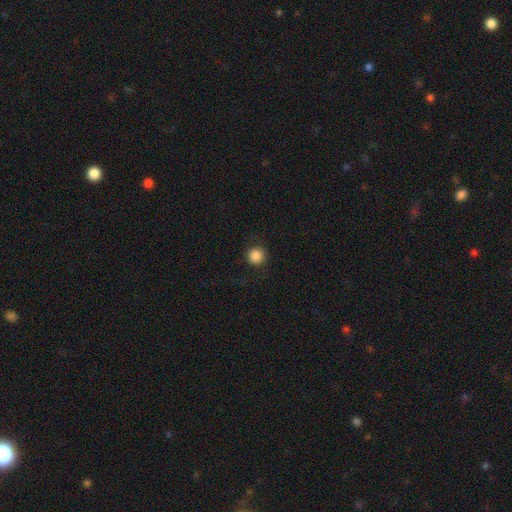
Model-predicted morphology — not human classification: smooth 87%, star or artifact 10%, featured or disk 3%. Down the decision tree: how rounded — round (95%); merging — none (89%).